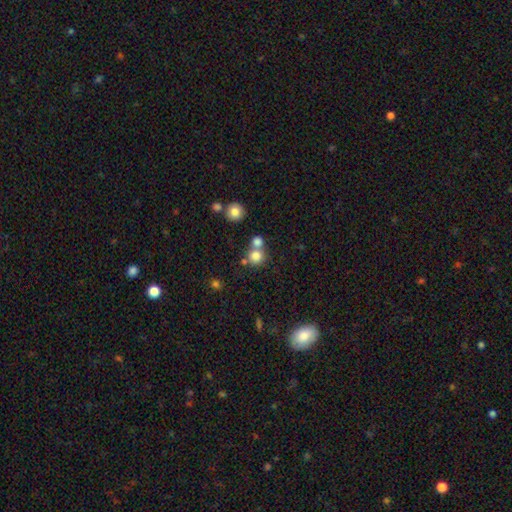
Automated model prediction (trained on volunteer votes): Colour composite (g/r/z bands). It shows a smooth galaxy with no disk features (79%) that is round (90%). Merging: none (54%).